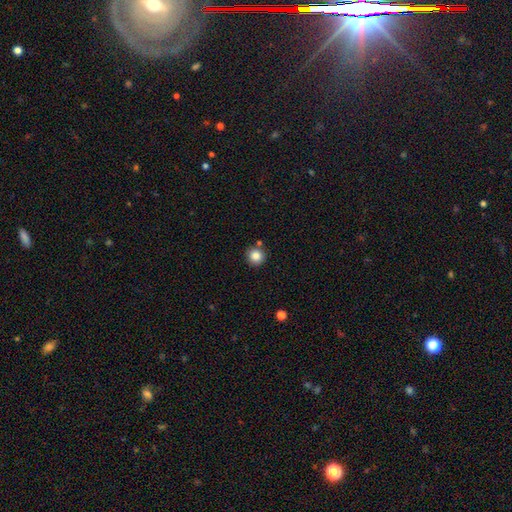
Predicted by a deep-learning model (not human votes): The model was most divided on "smooth or featured": smooth: 84%, star or artifact: 10%, featured or disk: 6%. More confident: how rounded — round (94%); merging — none (84%).